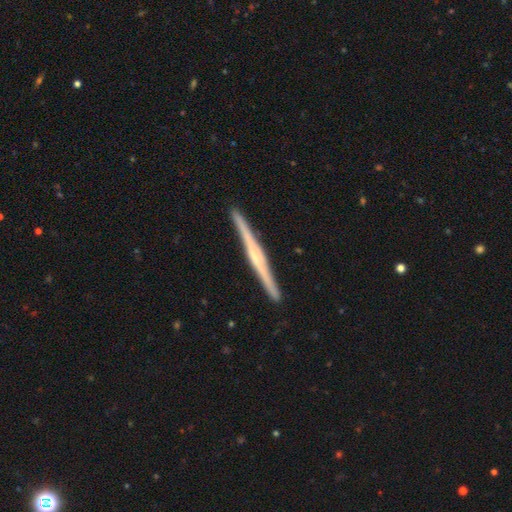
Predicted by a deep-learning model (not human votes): The model was most divided on "edge-on bulge": rounded: 49%, none: 33%, boxy: 17%. More confident: edge-on disk — yes (98%); merging — none (92%); smooth or featured — featured or disk (76%).